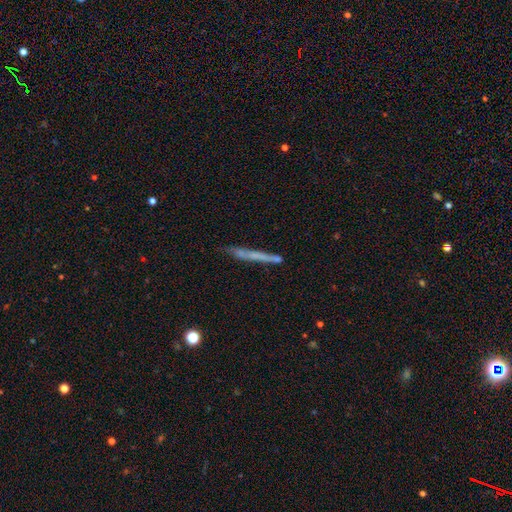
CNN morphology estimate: smooth-or-featured: smooth: 49% | featured or disk: 43% | star or artifact: 8%
  merging: none: 75% | minor disturbance: 16% | merger: 5% | major disturbance: 4%